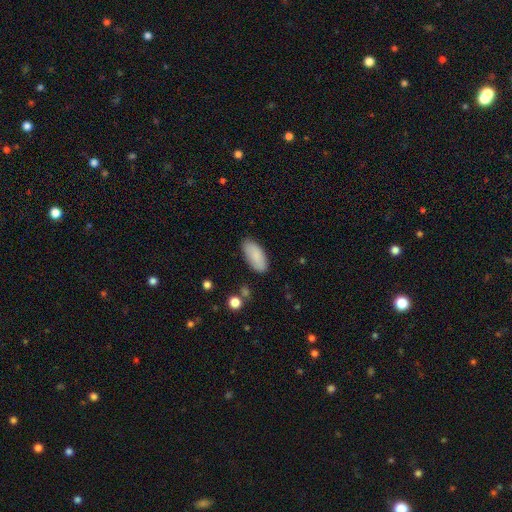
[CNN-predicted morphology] Smooth or featured? smooth (86%)
How rounded? in between (89%)
Merging? none (83%)